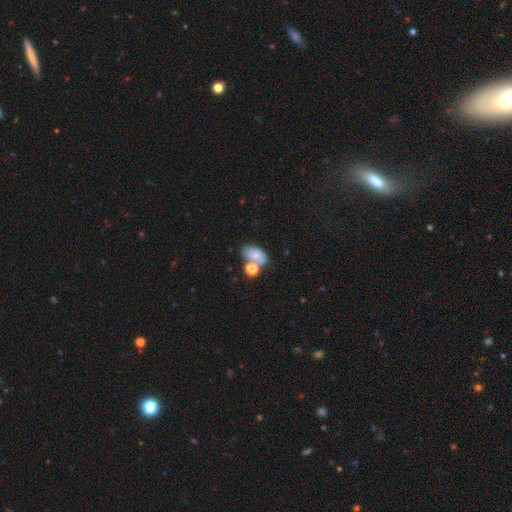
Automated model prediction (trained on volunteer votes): Smooth or featured?
  - smooth: 68% *
  - featured or disk: 21%
  - star or artifact: 11%
How rounded?
  - in between: 85% *
  - round: 13%
  - cigar-shaped: 2%
Merging?
  - none: 42% *
  - merger: 36%
  - minor disturbance: 15%
  - major disturbance: 7%